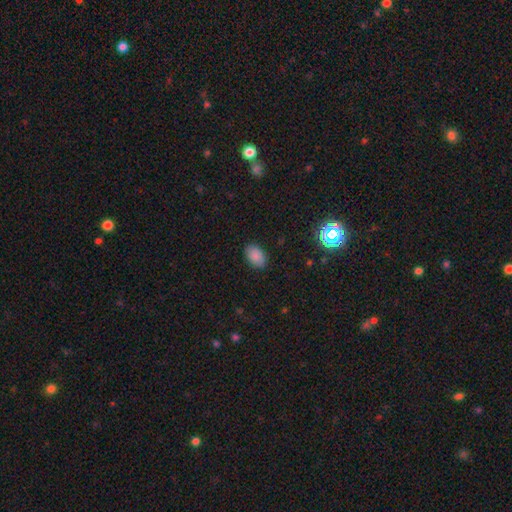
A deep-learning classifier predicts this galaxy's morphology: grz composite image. It shows a smooth galaxy with no disk features (84%) that is in between round and cigar-shaped (87%). Merging: none (87%).